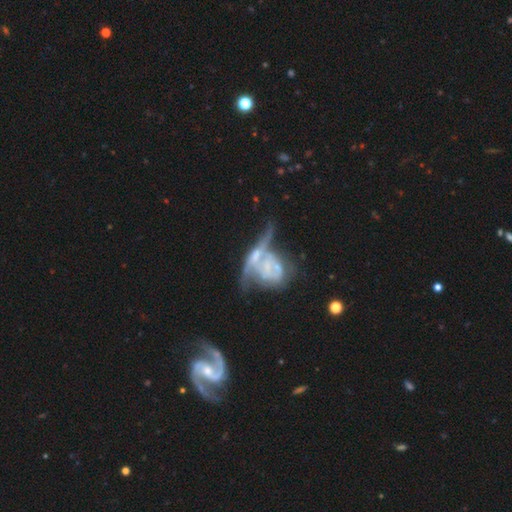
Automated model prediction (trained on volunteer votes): smooth_or_featured: featured or disk (p=0.67) [alt: smooth p=0.23]
disk_edge_on: no (p=0.83) [alt: yes p=0.17]
bar: no (p=0.77) [alt: weak p=0.16]
has_spiral_arms: no (p=0.60) [alt: yes p=0.40]
bulge_size: none (p=0.38) [alt: small p=0.34]
merging: merger (p=0.60) [alt: major disturbance p=0.18]